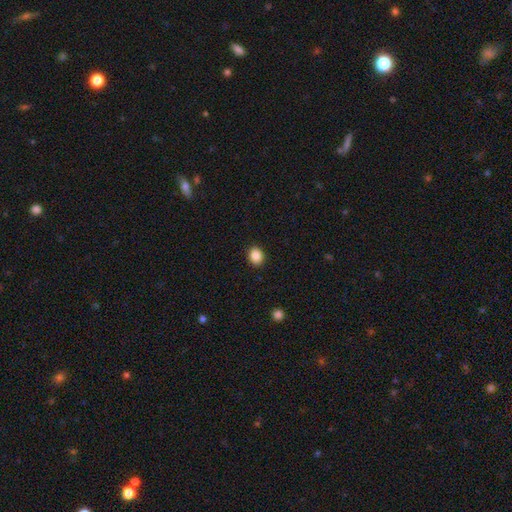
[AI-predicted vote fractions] This is clearly a smooth galaxy (87%). How rounded: possibly round (55%). Merging: clearly none (91%).